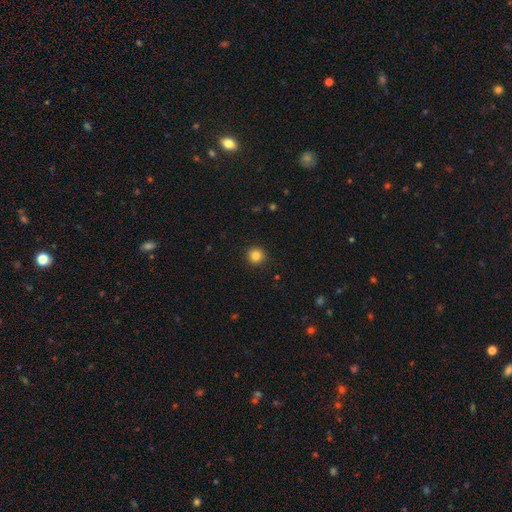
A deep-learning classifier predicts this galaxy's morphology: smooth 84%, star or artifact 11%, featured or disk 5%. Down the decision tree: how rounded — round (95%); merging — none (91%).